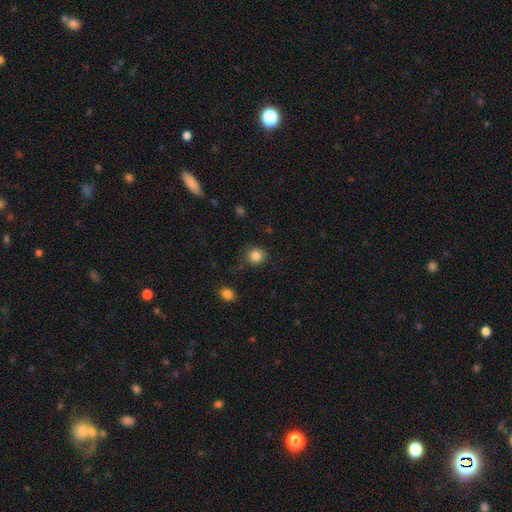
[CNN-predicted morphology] A smooth galaxy with no disk features (84%) that is round (87%). Merging: none (86%).